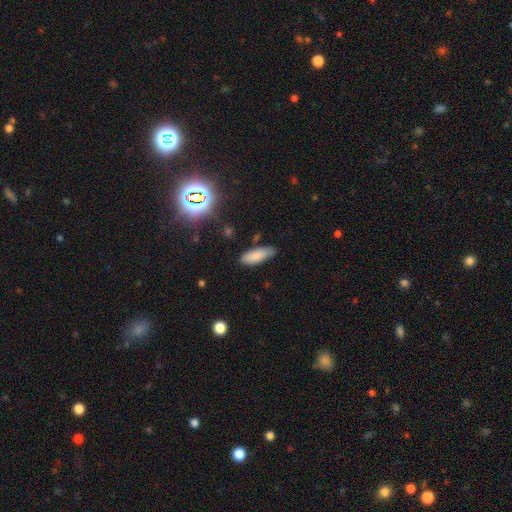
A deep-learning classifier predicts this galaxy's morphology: smooth 84%, star or artifact 8%, featured or disk 8%. Down the decision tree: how rounded — in between (67%); merging — none (77%).